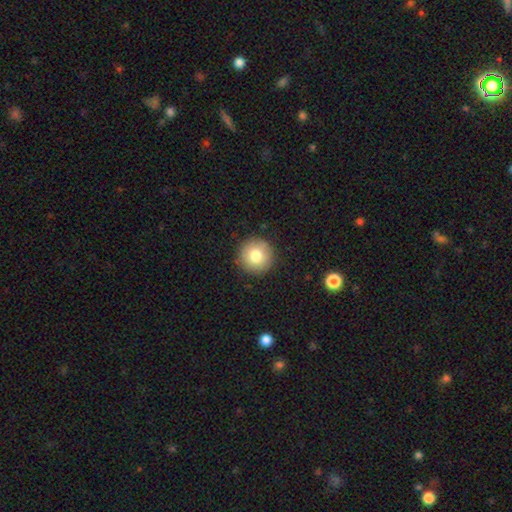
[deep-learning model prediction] smooth 79%, featured or disk 11%, star or artifact 9%. Down the decision tree: how rounded — round (96%); merging — none (91%).